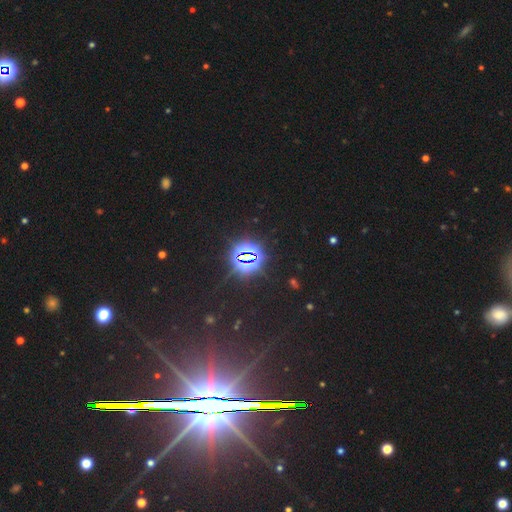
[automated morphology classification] This appears to be a star or artifact, not a galaxy (83%).